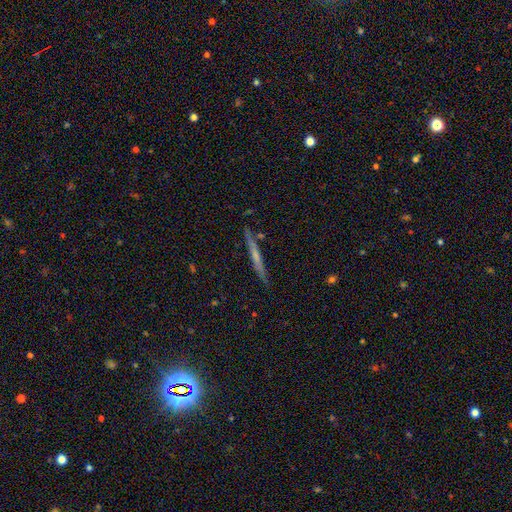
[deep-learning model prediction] Morphology: type=featured or disk (55%); edge-on=yes (96%); edge-on bulge=none (61%); merging=none (86%).